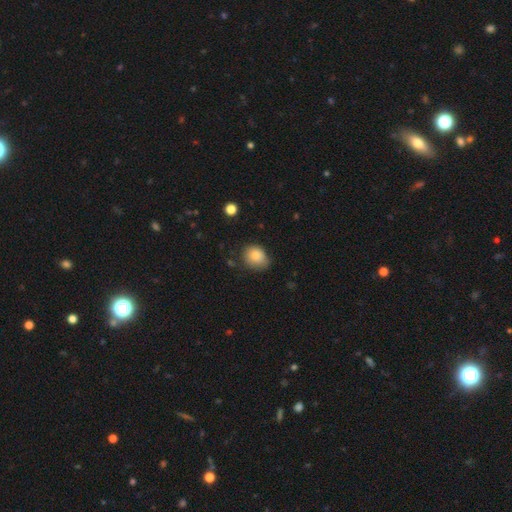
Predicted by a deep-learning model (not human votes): Smooth or featured? Predicted: smooth (p=0.82). How rounded? Predicted: round (p=0.58). Merging? Predicted: none (p=0.63).